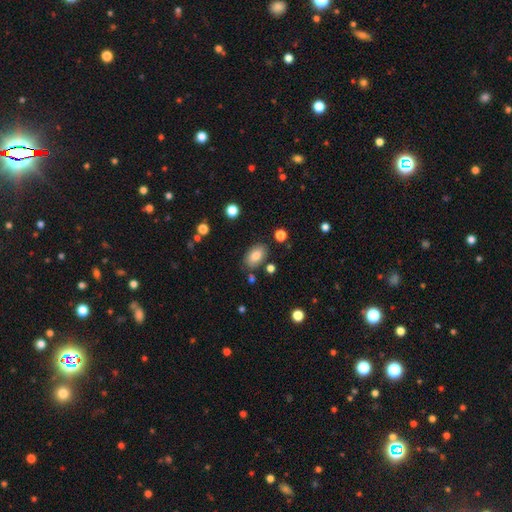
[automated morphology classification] Smooth or featured?
  - smooth: 80% *
  - featured or disk: 12%
  - star or artifact: 8%
How rounded?
  - in between: 90% *
  - round: 9%
  - cigar-shaped: 2%
Merging?
  - none: 81% *
  - minor disturbance: 12%
  - merger: 4%
  - major disturbance: 3%